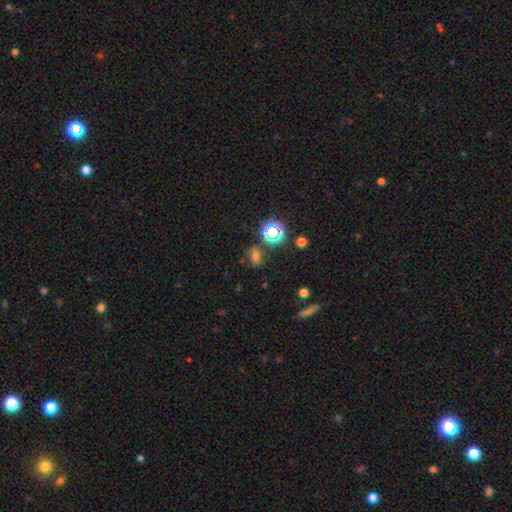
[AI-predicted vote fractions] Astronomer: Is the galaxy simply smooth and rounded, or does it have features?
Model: smooth — 51% (runner-up: star or artifact, 35%).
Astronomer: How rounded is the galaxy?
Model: in between — 60% (runner-up: round, 38%).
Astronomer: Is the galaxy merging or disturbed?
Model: none — 67%.